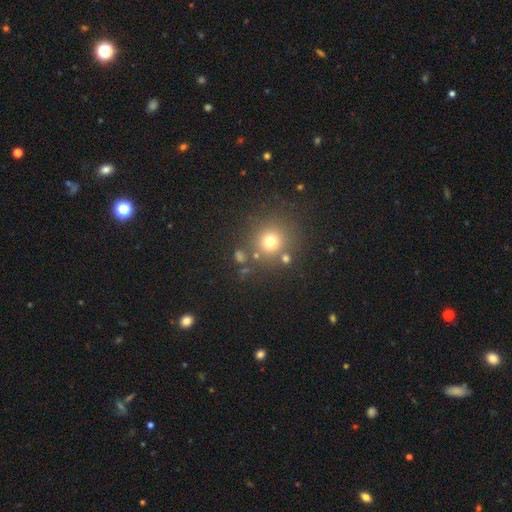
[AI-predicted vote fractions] This is likely a smooth galaxy (67%). How rounded: clearly round (91%). Merging: likely none (78%).